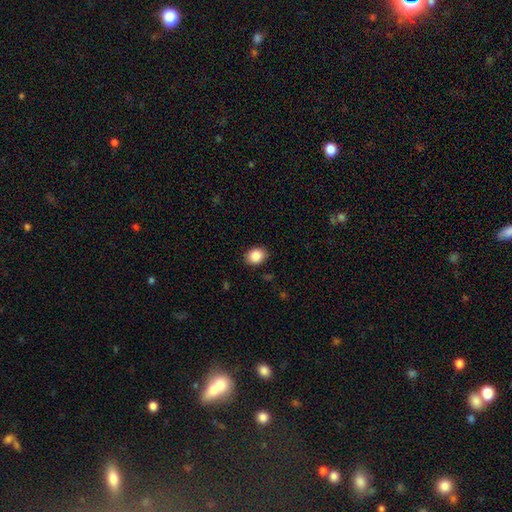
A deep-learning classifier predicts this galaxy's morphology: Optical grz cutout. It shows a smooth galaxy with no disk features (86%) that is in between round and cigar-shaped (55%). Merging: none (89%).